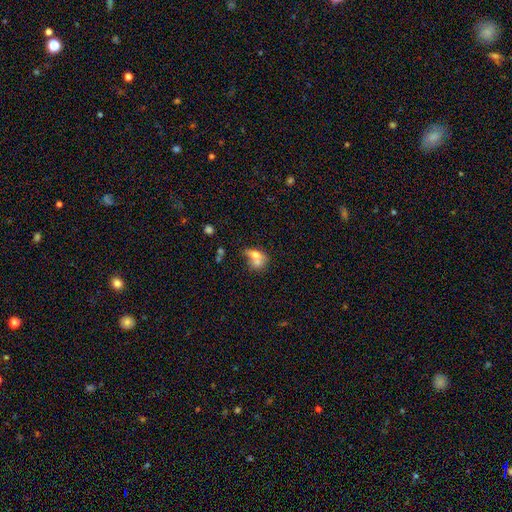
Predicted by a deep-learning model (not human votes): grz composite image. It shows a smooth galaxy with no disk features (66%) that is in between round and cigar-shaped (63%). Merging: merger (59%).